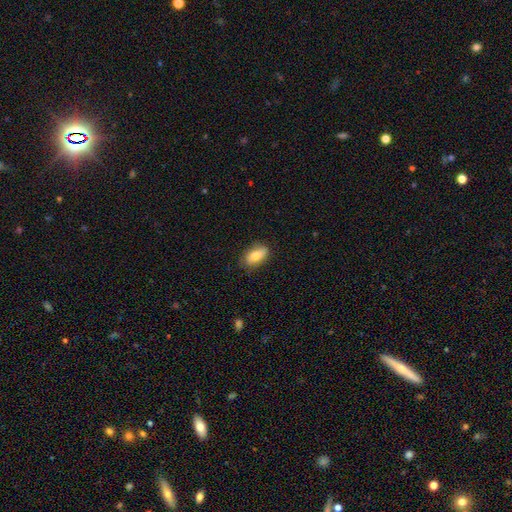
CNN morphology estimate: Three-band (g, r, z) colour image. It shows a smooth galaxy with no disk features (75%) that is in between round and cigar-shaped (87%). Merging: none (79%).